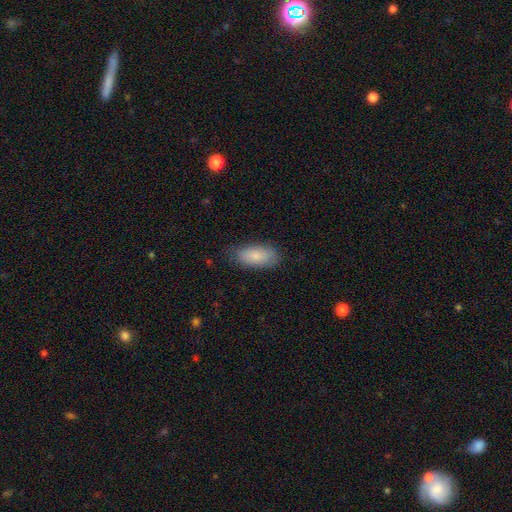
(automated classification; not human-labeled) Smooth or featured? smooth (85%)
How rounded? in between (88%)
Merging? none (78%)